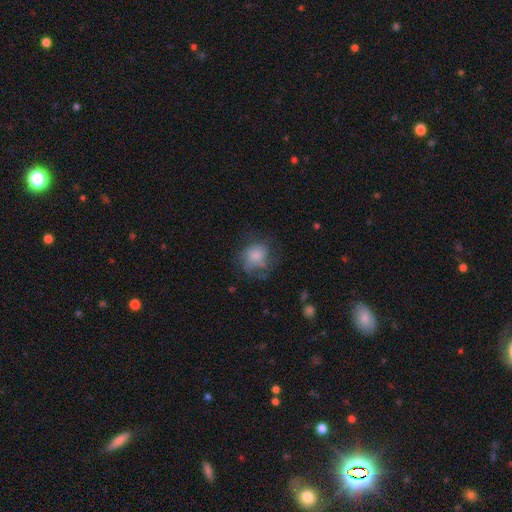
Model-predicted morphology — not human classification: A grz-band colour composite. It shows a smooth galaxy with no disk features (59%) that is round (61%). Merging: none (46%).